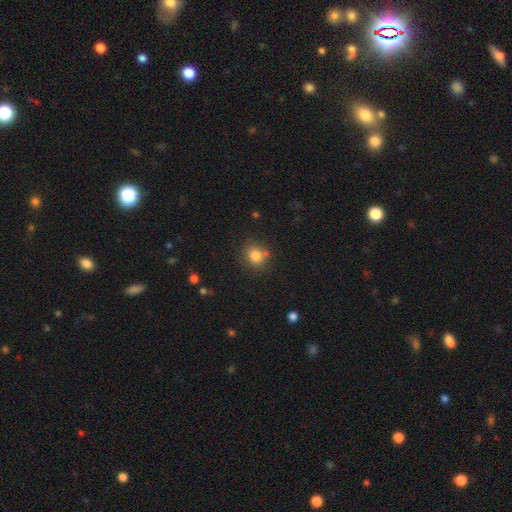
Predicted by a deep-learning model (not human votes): smooth 82%, star or artifact 11%, featured or disk 6%. Down the decision tree: how rounded — round (78%); merging — none (74%).